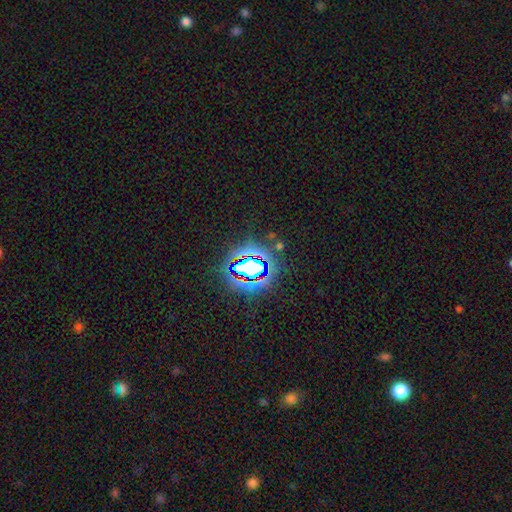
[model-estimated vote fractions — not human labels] A star or artifact, not a galaxy (76%).